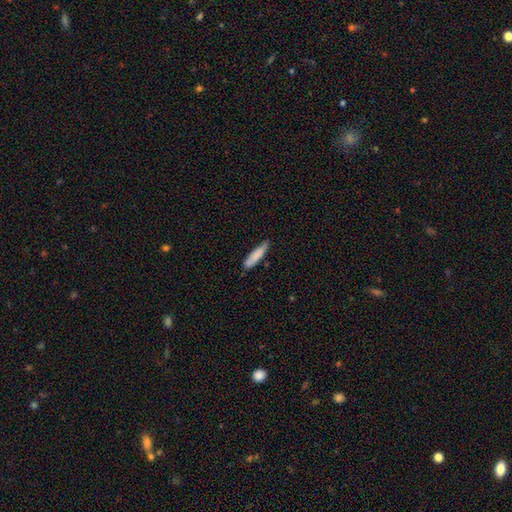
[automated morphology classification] smooth-or-featured: smooth: 83% | featured or disk: 11% | star or artifact: 6%
  how-rounded: cigar-shaped: 80% | in between: 18% | round: 1%
  merging: none: 75% | minor disturbance: 20% | major disturbance: 3% | merger: 2%